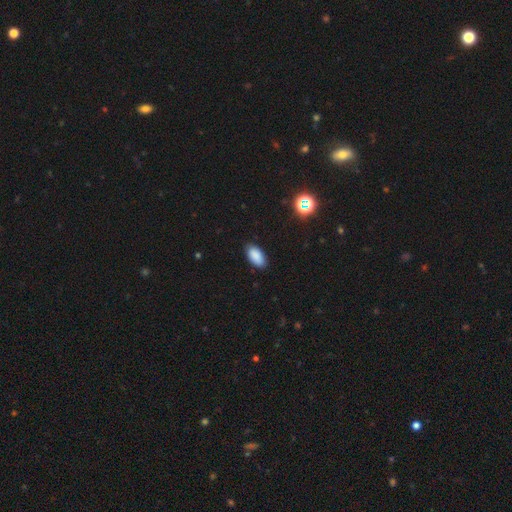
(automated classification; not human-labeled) smooth_or_featured: smooth (p=0.87) [alt: star or artifact p=0.09]
how_rounded: in between (p=0.94) [alt: cigar-shaped p=0.03]
merging: none (p=0.86) [alt: minor disturbance p=0.10]